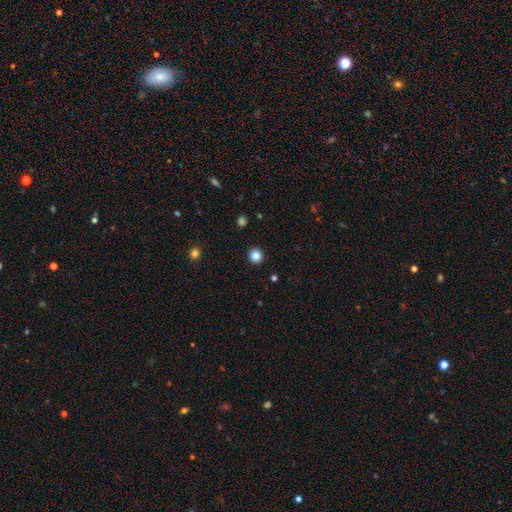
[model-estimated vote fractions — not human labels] Smooth or featured: smooth — 85% (star or artifact — 12%)
How rounded: round — 93% (in between — 6%)
Merging: none — 93% (minor disturbance — 5%)